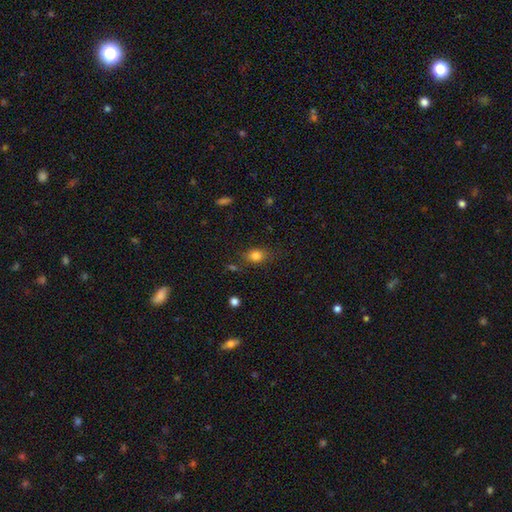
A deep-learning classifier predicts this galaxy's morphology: A smooth galaxy with no disk features (81%) that is in between round and cigar-shaped (63%). Merging: none (75%).